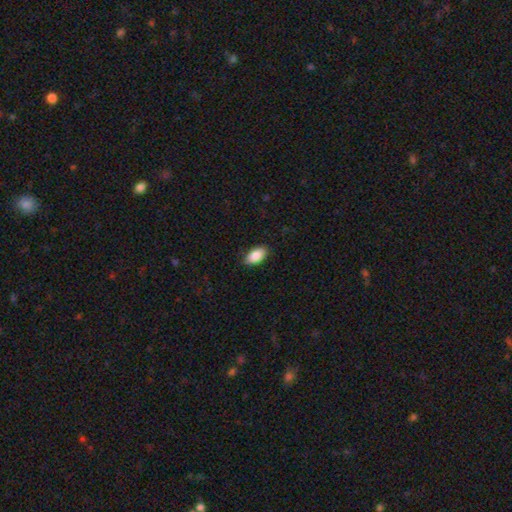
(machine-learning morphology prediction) type=smooth (88%); roundness=in between (94%); merging=none (84%).